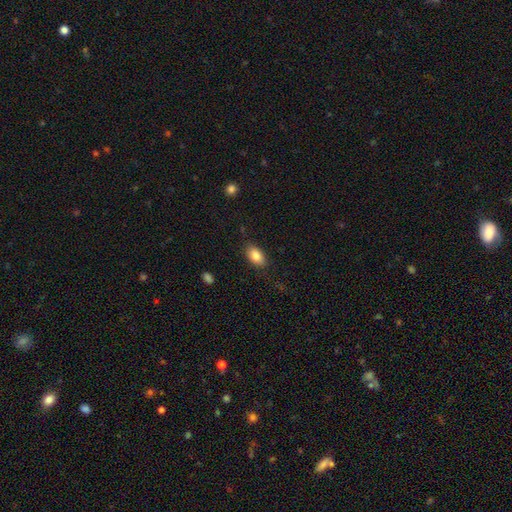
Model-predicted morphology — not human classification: Smooth or featured: smooth — 84% (featured or disk — 8%)
How rounded: in between — 91% (round — 6%)
Merging: none — 82% (minor disturbance — 13%)